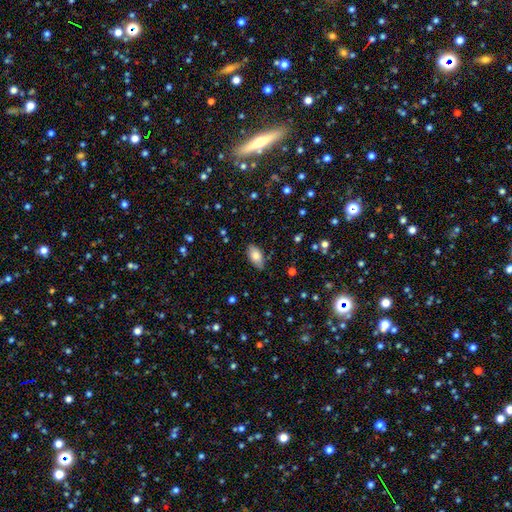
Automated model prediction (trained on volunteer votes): smooth 79%, featured or disk 14%, star or artifact 8%. Down the decision tree: how rounded — in between (93%); merging — none (80%).